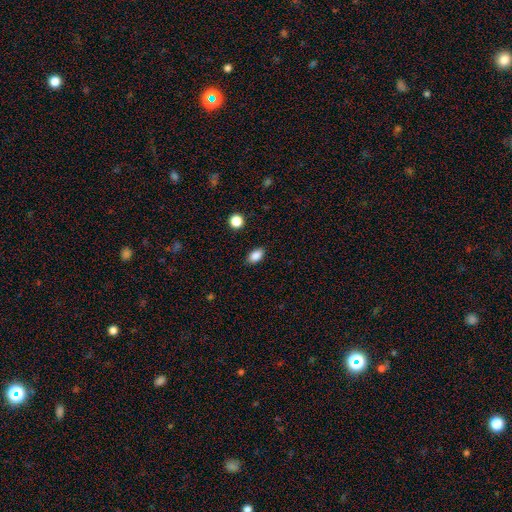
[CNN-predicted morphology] smooth 87%, star or artifact 9%, featured or disk 5%. Down the decision tree: how rounded — in between (88%); merging — none (87%).